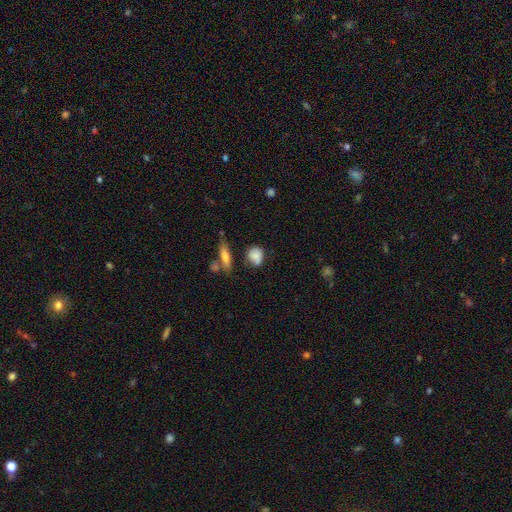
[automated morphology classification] This appears to be a smooth galaxy with no disk features (80%) that is round (53%). Merging: none (55%).